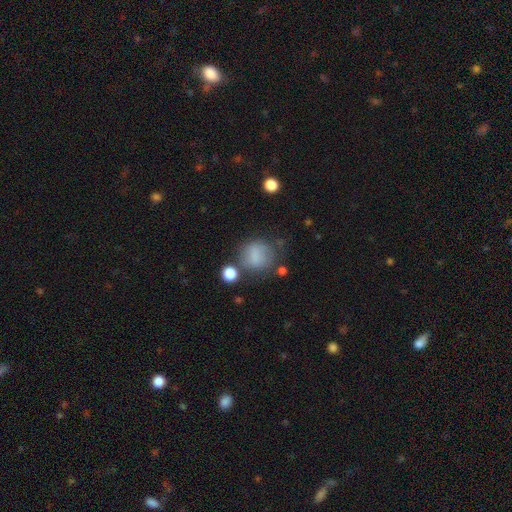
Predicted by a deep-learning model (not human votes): A smooth galaxy with no disk features (75%) that is round (76%).

Vote fractions:
- Smooth or featured? smooth: 75% / featured or disk: 14% / star or artifact: 11%
- How rounded? round: 76% / in between: 23% / cigar-shaped: 1%
- Merging? none: 56% / minor disturbance: 22% / major disturbance: 13% / merger: 8%